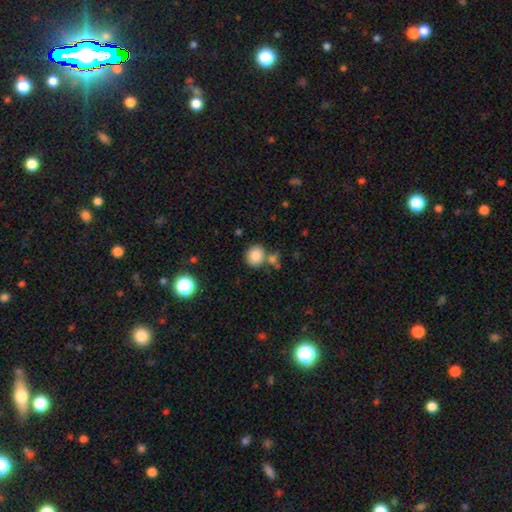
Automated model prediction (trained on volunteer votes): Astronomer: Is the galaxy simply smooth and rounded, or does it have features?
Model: smooth — 85%.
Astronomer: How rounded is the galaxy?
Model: round — 73%.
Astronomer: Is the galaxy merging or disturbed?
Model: none — 65%.